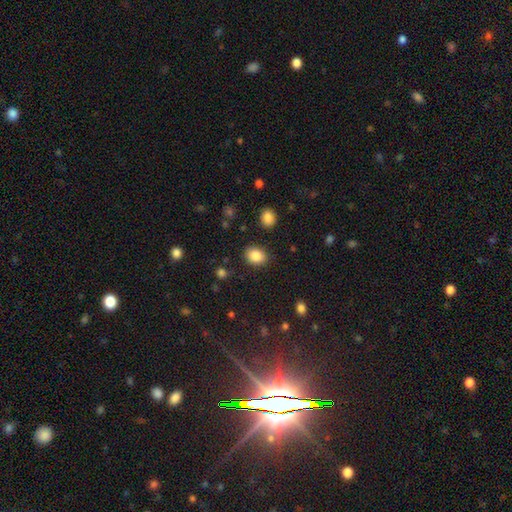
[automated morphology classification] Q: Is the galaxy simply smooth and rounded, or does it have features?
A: smooth — 86%.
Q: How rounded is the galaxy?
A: in between — 55%.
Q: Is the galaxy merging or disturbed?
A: none — 86%.